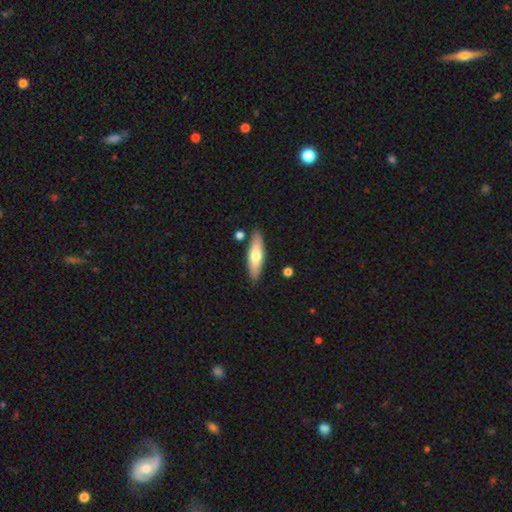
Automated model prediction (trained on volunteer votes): Smooth or featured? Predicted: smooth (p=0.60). How rounded? Predicted: cigar-shaped (p=0.60). Merging? Predicted: none (p=0.85).